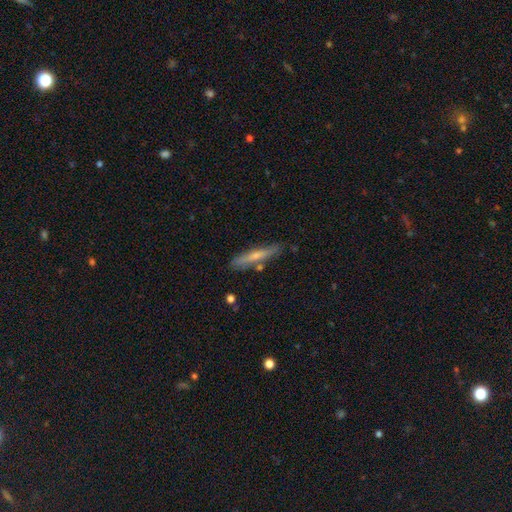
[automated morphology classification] type=smooth (48%); merging=none (82%).